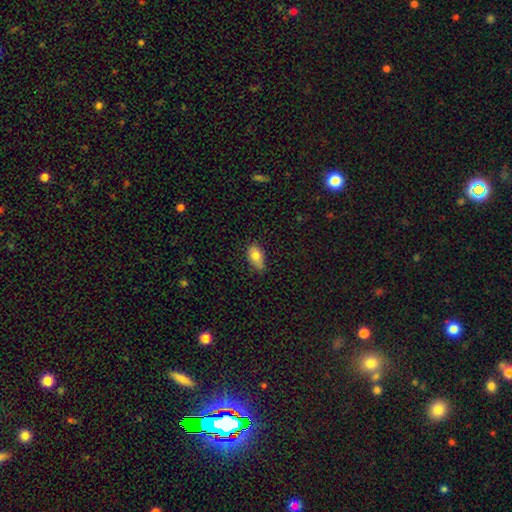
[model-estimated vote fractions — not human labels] Smooth or featured? smooth (79%)
How rounded? in between (89%)
Merging? none (59%)